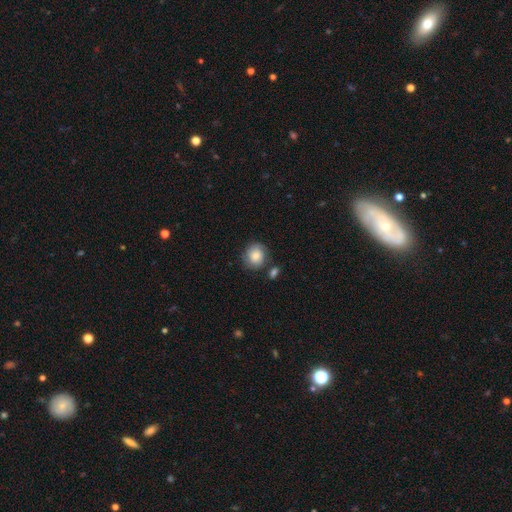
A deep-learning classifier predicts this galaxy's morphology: smooth_or_featured: smooth (p=0.71) [alt: featured or disk p=0.21]
how_rounded: round (p=0.81) [alt: in between p=0.18]
merging: none (p=0.71) [alt: minor disturbance p=0.17]